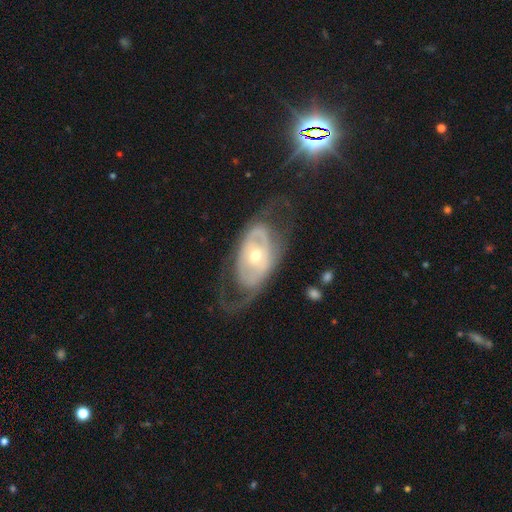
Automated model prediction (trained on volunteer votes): Q: Smooth or featured?
A: featured or disk (76%); runner-up: smooth (18%)
Q: Edge-on disk?
A: no (92%); runner-up: yes (8%)
Q: Bar?
A: no (73%); runner-up: weak (19%)
Q: Spiral arms?
A: yes (62%); runner-up: no (38%)
Q: Bulge size?
A: moderate (54%); runner-up: small (40%)
Q: Merging?
A: none (54%); runner-up: major disturbance (26%)